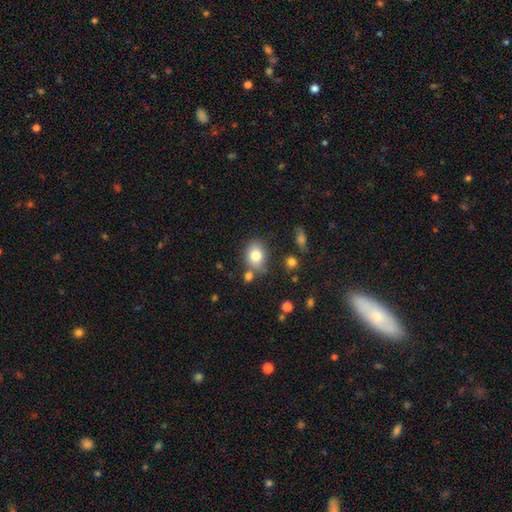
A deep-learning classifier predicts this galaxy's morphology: Q: Smooth or featured?
A: smooth (80%); runner-up: featured or disk (10%)
Q: How rounded?
A: in between (54%); runner-up: round (45%)
Q: Merging?
A: none (71%); runner-up: minor disturbance (14%)